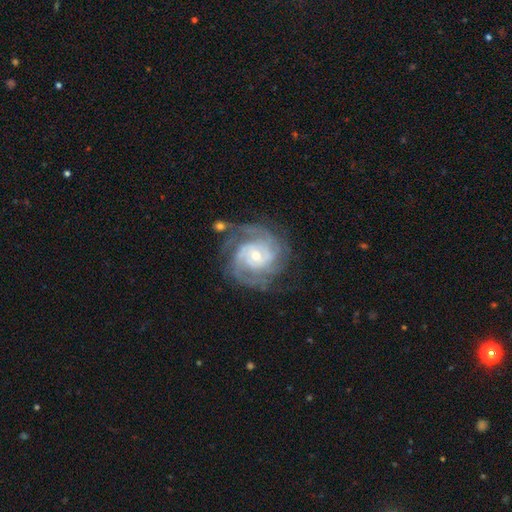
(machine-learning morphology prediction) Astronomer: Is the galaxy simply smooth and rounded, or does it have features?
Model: featured or disk — 89%.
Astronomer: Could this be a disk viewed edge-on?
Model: no — 98%.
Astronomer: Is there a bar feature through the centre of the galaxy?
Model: no — 65%.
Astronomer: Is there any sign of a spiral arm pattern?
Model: yes — 97%.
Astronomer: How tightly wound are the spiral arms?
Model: tight — 65%.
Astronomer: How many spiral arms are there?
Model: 3 — 27% (runner-up: 2, 22%).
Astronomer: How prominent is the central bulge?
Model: small — 55% (runner-up: moderate, 41%).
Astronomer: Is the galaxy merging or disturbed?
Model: none — 70%.